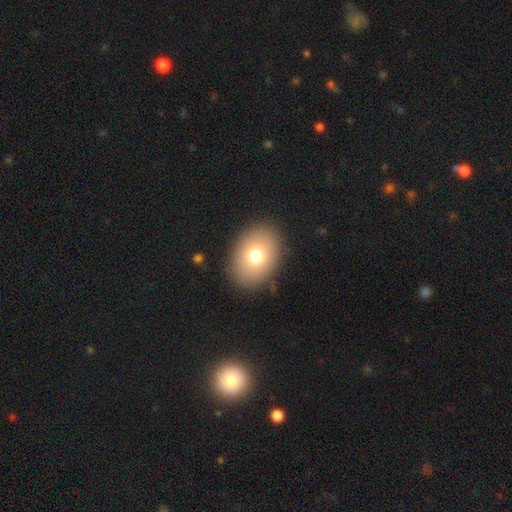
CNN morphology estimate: A smooth galaxy with no disk features (76%) that is in between round and cigar-shaped (71%). Merging: none (87%).